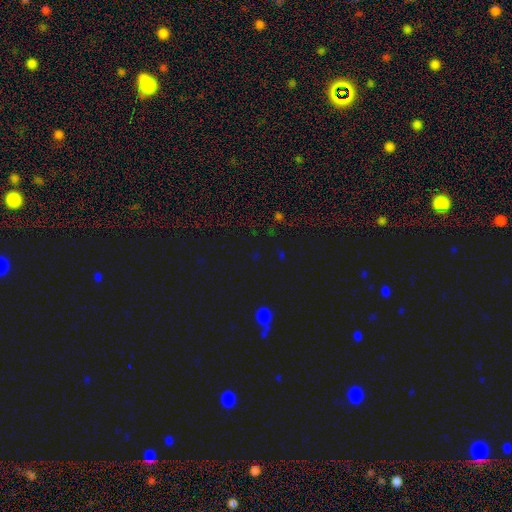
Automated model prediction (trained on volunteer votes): This appears to be a star or artifact, not a galaxy (65%).